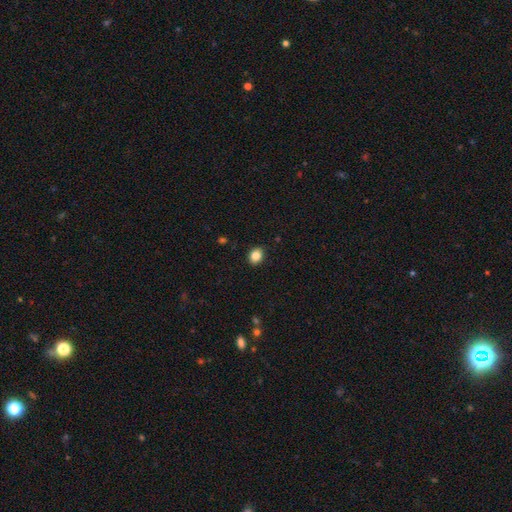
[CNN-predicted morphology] smooth 85%, star or artifact 10%, featured or disk 5%. Down the decision tree: how rounded — round (56%); merging — none (90%).